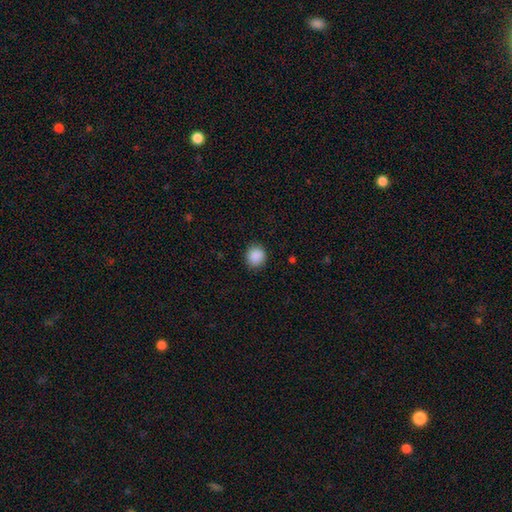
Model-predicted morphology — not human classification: The model was most divided on "how rounded": round: 87%, in between: 12%, cigar-shaped: 1%. More confident: smooth or featured — smooth (89%); merging — none (89%).